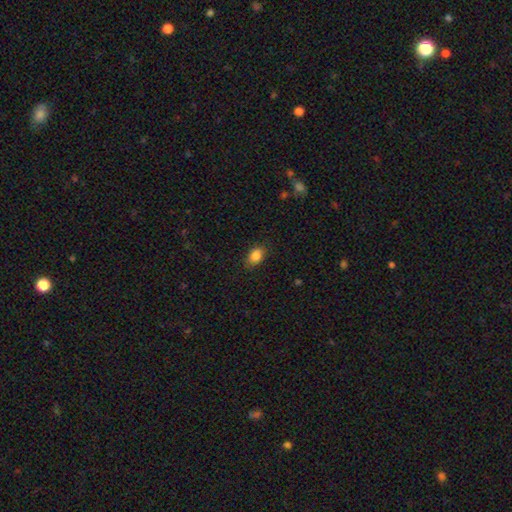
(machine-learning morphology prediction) This appears to be a smooth galaxy with no disk features (86%) that is in between round and cigar-shaped (82%). Merging: none (85%).